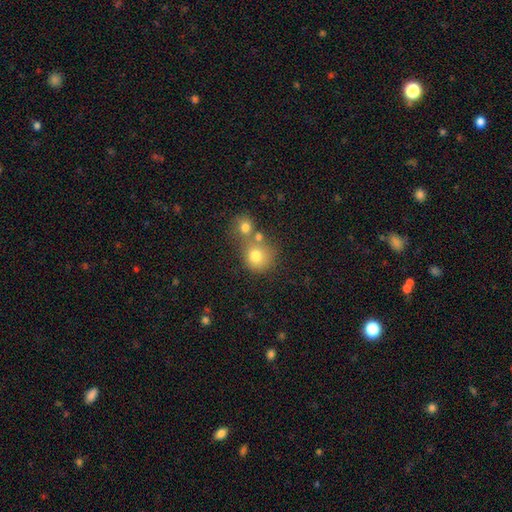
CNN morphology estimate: The model was most divided on "merging": merger: 44%, none: 41%, minor disturbance: 10%, major disturbance: 5%. More confident: how rounded — round (84%); smooth or featured — smooth (75%).